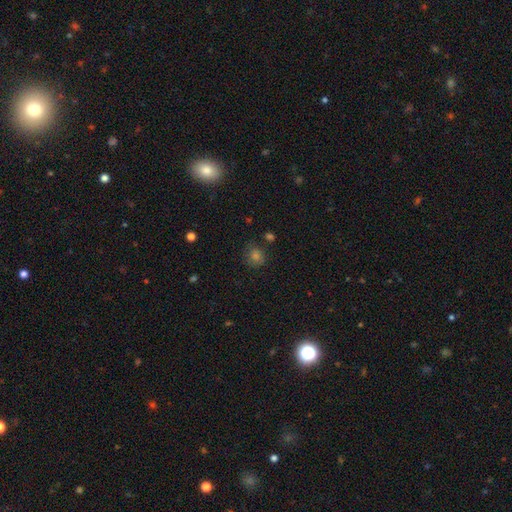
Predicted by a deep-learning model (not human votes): A smooth galaxy with no disk features (62%) that is round (80%).

Vote fractions:
- Smooth or featured? smooth: 62% / star or artifact: 27% / featured or disk: 10%
- How rounded? round: 80% / in between: 19% / cigar-shaped: 1%
- Merging? none: 81% / minor disturbance: 12% / major disturbance: 4% / merger: 3%